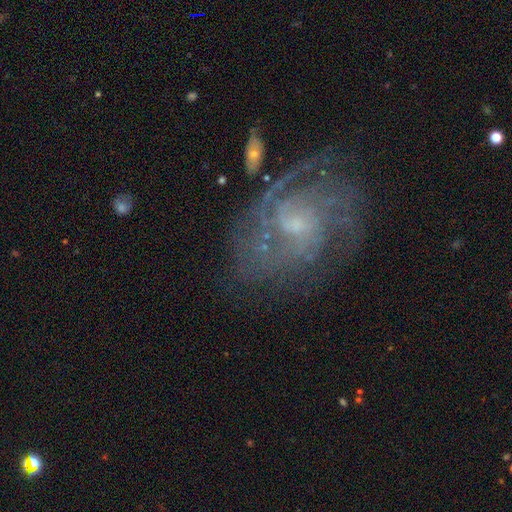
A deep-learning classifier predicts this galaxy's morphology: Overall: featured or disk (81%). Edge-on disk: no (97%). Bar: no (54%; weak 39%). Spiral arms: yes (92%). Spiral arm count: can't tell (38%; 2 20%). Spiral winding: tight (54%; medium 36%). Bulge size: small (63%; moderate 27%). Merging: none (69%).